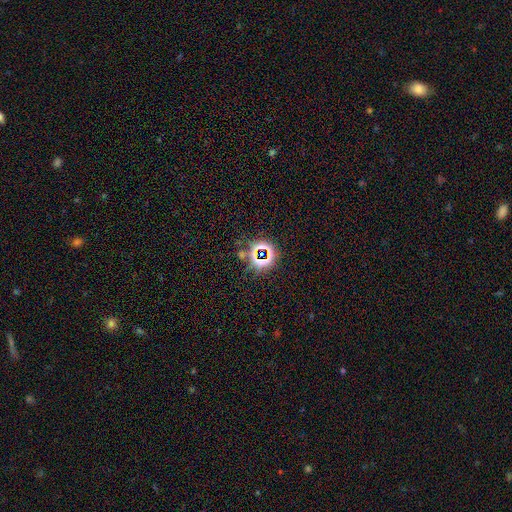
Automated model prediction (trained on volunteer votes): This is likely a star or artifact rather than a galaxy (74%).